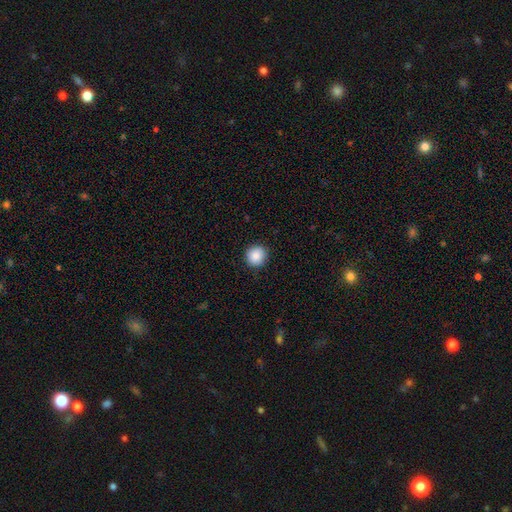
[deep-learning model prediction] Smooth or featured: smooth — 88% (star or artifact — 8%)
How rounded: round — 93% (in between — 6%)
Merging: none — 91% (minor disturbance — 6%)